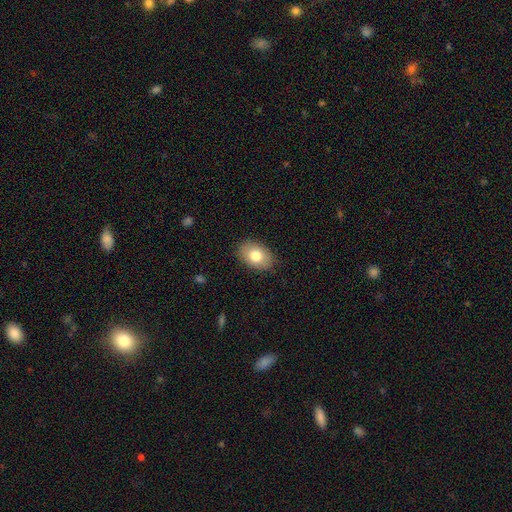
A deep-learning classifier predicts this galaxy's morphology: Smooth or featured? smooth (78%)
How rounded? in between (86%)
Merging? none (86%)